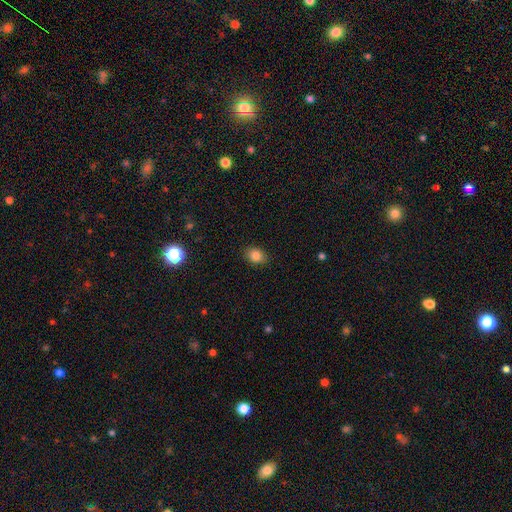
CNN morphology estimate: Smooth or featured: smooth — 84% (star or artifact — 10%)
How rounded: in between — 58% (round — 41%)
Merging: none — 87% (minor disturbance — 9%)